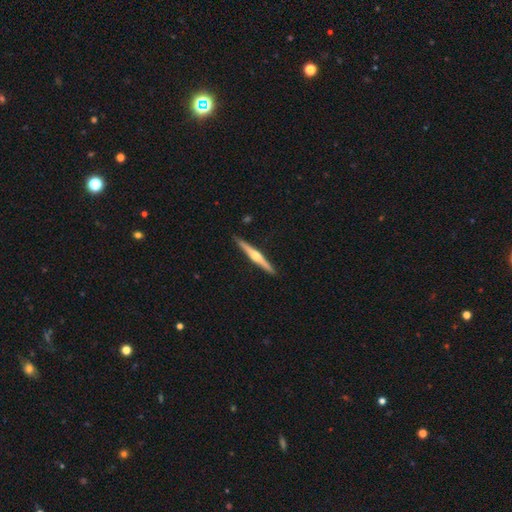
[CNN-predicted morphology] This appears to be a featured or disk galaxy (73%) viewed edge-on (98%) with a rounded central bulge (90%). Merging: none (91%).